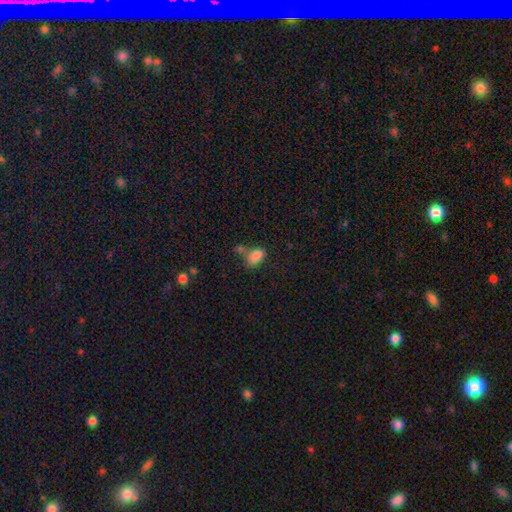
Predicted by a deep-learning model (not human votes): smooth_or_featured: smooth (p=0.82) [alt: star or artifact p=0.10]
how_rounded: in between (p=0.89) [alt: round p=0.09]
merging: none (p=0.39) [alt: merger p=0.31]